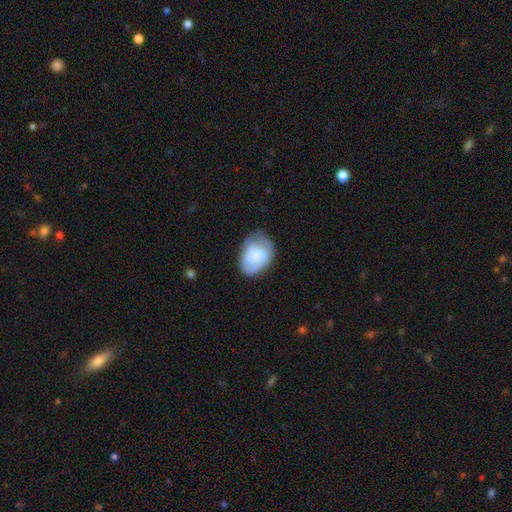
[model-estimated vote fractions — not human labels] smooth-or-featured: smooth: 71% | featured or disk: 21% | star or artifact: 7%
  how-rounded: in between: 77% | round: 22% | cigar-shaped: 1%
  merging: none: 52% | minor disturbance: 33% | major disturbance: 13% | merger: 2%